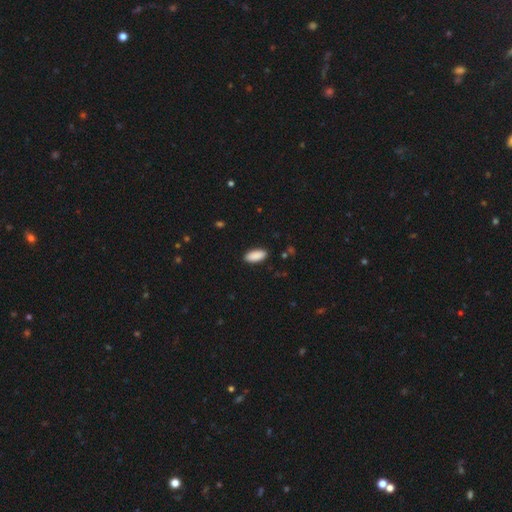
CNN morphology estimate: type=smooth (91%); roundness=in between (89%); merging=none (90%).